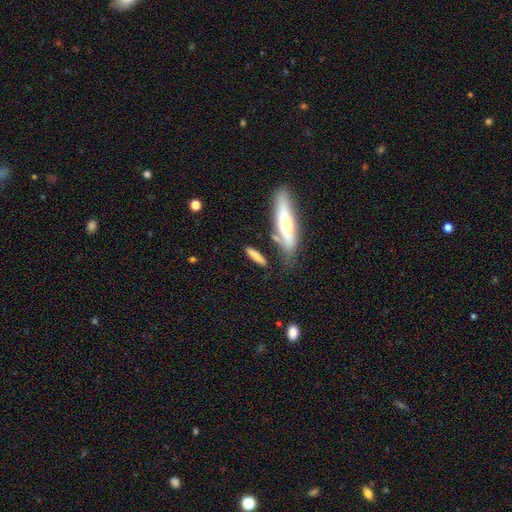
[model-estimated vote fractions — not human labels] Smooth or featured? Predicted: smooth (p=0.71). How rounded? Predicted: cigar-shaped (p=0.76). Merging? Predicted: none (p=0.68).